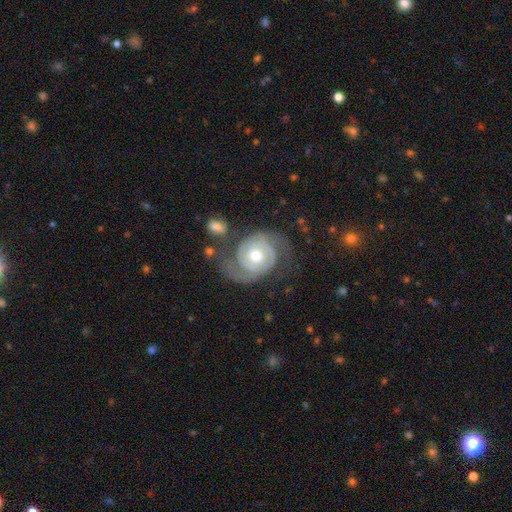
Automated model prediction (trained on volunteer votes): This is clearly a featured or disk galaxy (91%). It is clearly not viewed edge-on (98%). Bar: likely no (68%). Spiral arm pattern: clearly yes (97%). Spiral arm count: clearly 2 (85%). Spiral winding: likely tight (64%). Central bulge: likely moderate (77%). Merging: likely none (66%).